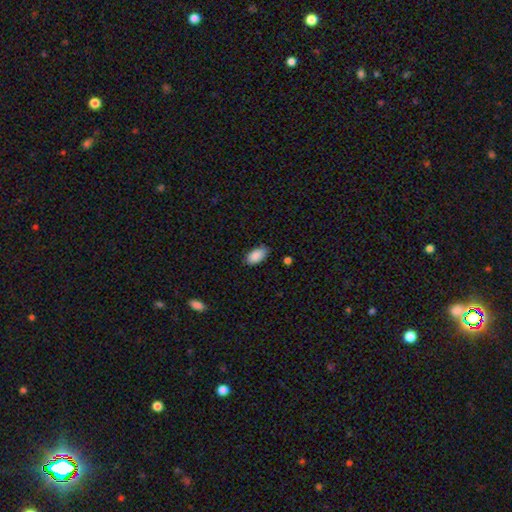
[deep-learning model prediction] A smooth galaxy with no disk features (89%) that is in between round and cigar-shaped (94%).

Vote fractions:
- Smooth or featured? smooth: 89% / star or artifact: 7% / featured or disk: 5%
- How rounded? in between: 94% / round: 3% / cigar-shaped: 3%
- Merging? none: 77% / minor disturbance: 19% / major disturbance: 3% / merger: 1%